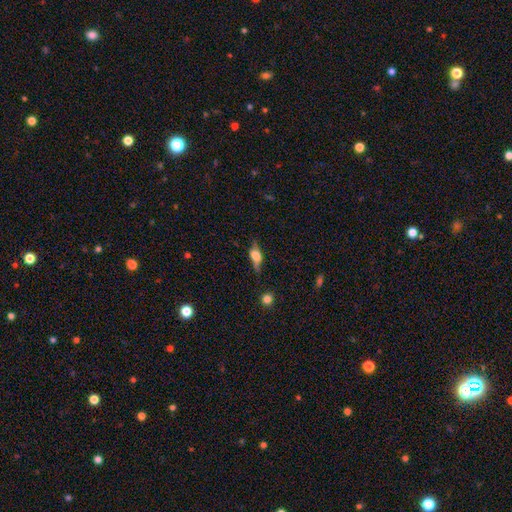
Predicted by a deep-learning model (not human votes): A featured or disk galaxy (51%) viewed edge-on (89%). Merging: none (66%).